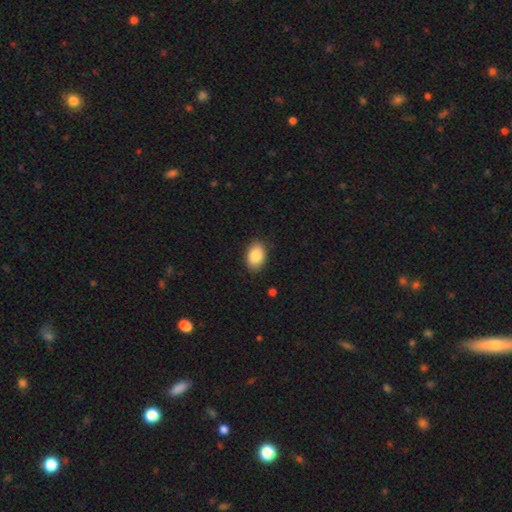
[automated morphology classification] Smooth or featured?
  - smooth: 88% *
  - star or artifact: 7%
  - featured or disk: 5%
How rounded?
  - in between: 88% *
  - round: 11%
  - cigar-shaped: 1%
Merging?
  - none: 86% *
  - minor disturbance: 10%
  - major disturbance: 2%
  - merger: 1%